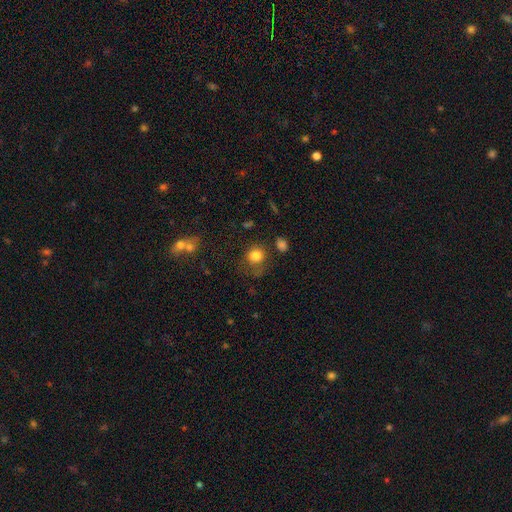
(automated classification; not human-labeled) Smooth or featured? smooth (80%)
How rounded? round (79%)
Merging? none (60%)